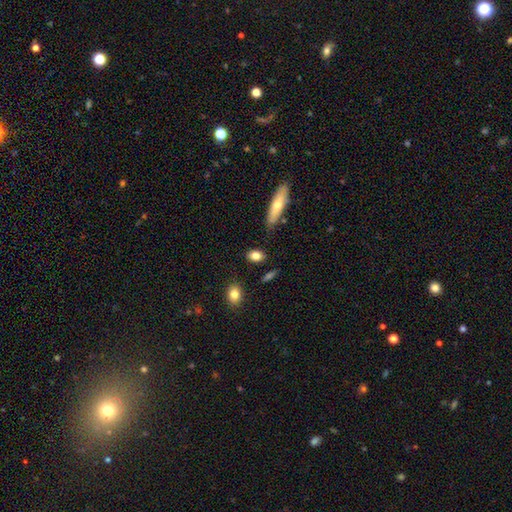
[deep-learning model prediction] smooth 81%, featured or disk 11%, star or artifact 8%. Down the decision tree: how rounded — in between (78%); merging — none (83%).